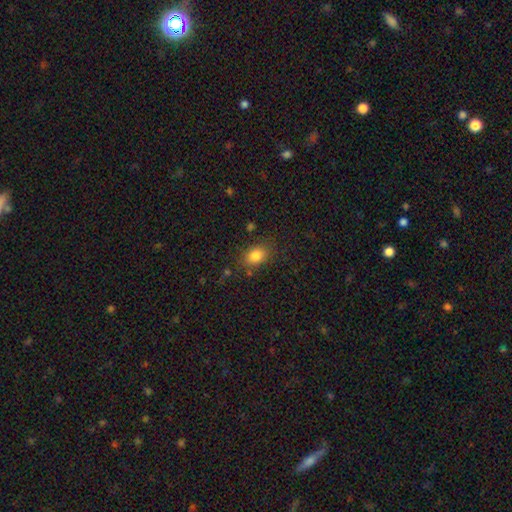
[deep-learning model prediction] Overall: smooth (83%). How rounded: in between (70%). Merging: none (78%).